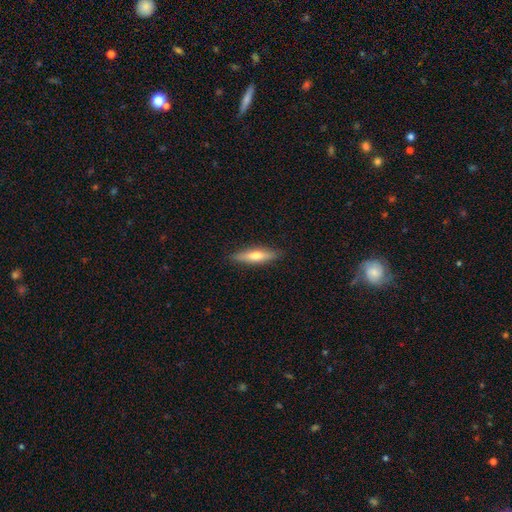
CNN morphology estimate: A smooth galaxy with no disk features (57%) that is cigar-shaped (75%). Merging: none (88%).